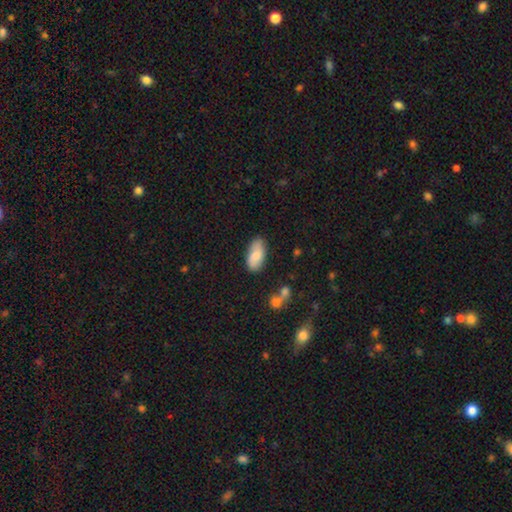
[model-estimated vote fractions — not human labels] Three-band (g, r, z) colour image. It shows a smooth galaxy with no disk features (77%) that is in between round and cigar-shaped (92%). Merging: none (77%).